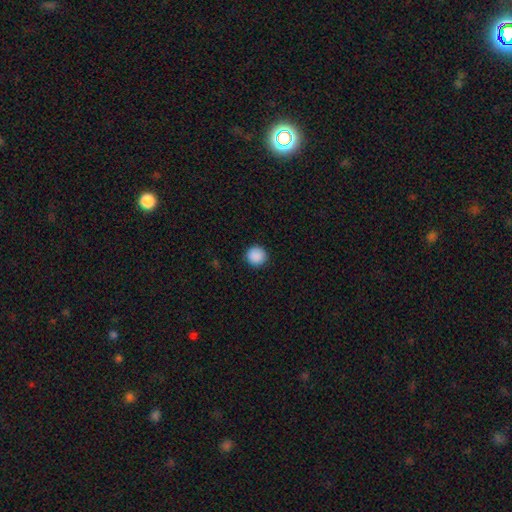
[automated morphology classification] Smooth or featured: smooth — 89% (star or artifact — 8%)
How rounded: round — 96% (in between — 4%)
Merging: none — 93% (minor disturbance — 5%)